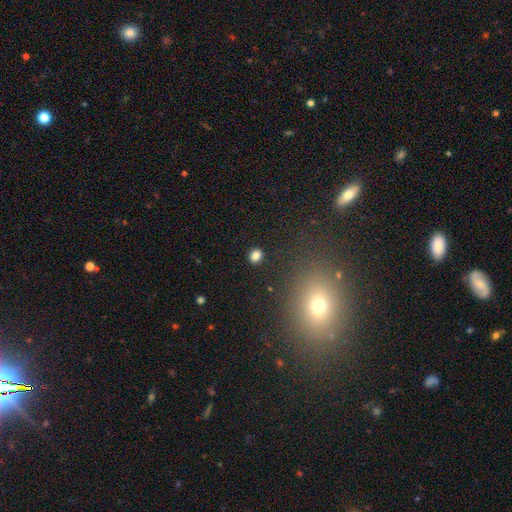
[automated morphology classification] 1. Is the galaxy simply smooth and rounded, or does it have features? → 82% smooth, 13% star or artifact, 5% featured or disk.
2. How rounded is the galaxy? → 69% round, 30% in between, 1% cigar-shaped.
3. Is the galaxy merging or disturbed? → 89% none, 7% minor disturbance, 2% major disturbance, 2% merger.